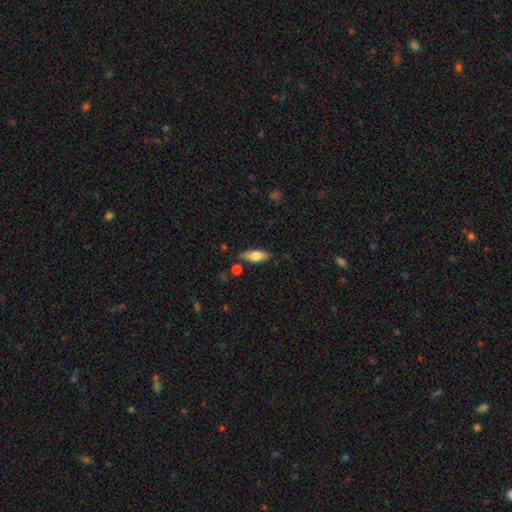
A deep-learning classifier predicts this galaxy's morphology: Smooth or featured?
  - smooth: 71% *
  - featured or disk: 23%
  - star or artifact: 6%
How rounded?
  - in between: 76% *
  - cigar-shaped: 21%
  - round: 3%
Merging?
  - none: 77% *
  - minor disturbance: 16%
  - merger: 4%
  - major disturbance: 3%